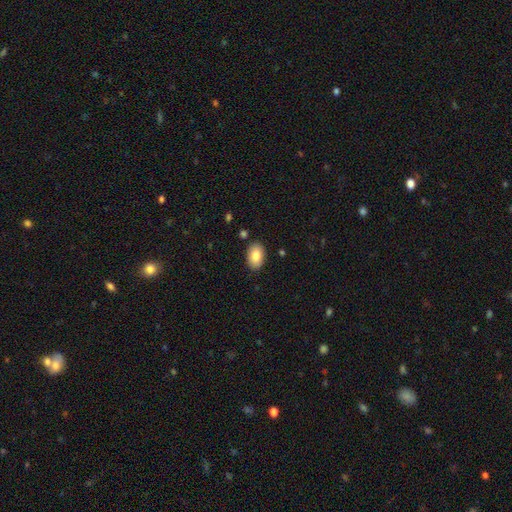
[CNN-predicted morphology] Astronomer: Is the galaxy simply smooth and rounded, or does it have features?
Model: smooth — 83%.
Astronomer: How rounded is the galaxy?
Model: in between — 89%.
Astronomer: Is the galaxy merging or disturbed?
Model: none — 88%.